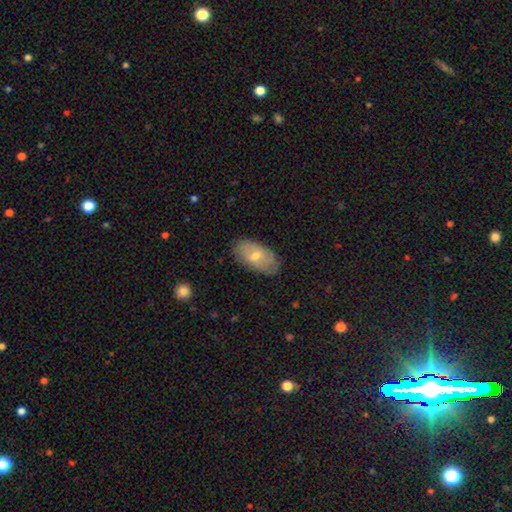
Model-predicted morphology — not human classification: This appears to be a smooth galaxy with no disk features (61%) that is in between round and cigar-shaped (93%). Merging: none (84%).